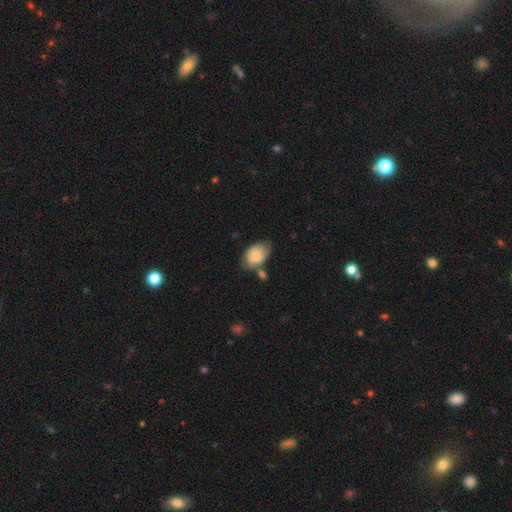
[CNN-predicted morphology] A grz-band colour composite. It shows a smooth galaxy with no disk features (80%) that is in between round and cigar-shaped (86%). Merging: none (46%).